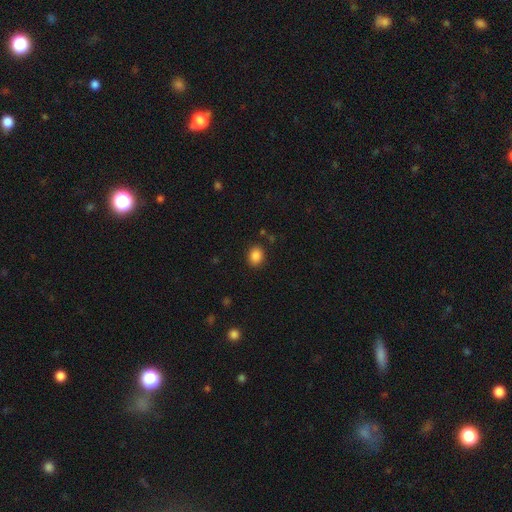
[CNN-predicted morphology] This appears to be a smooth galaxy with no disk features (86%) that is round (53%). Merging: none (88%).